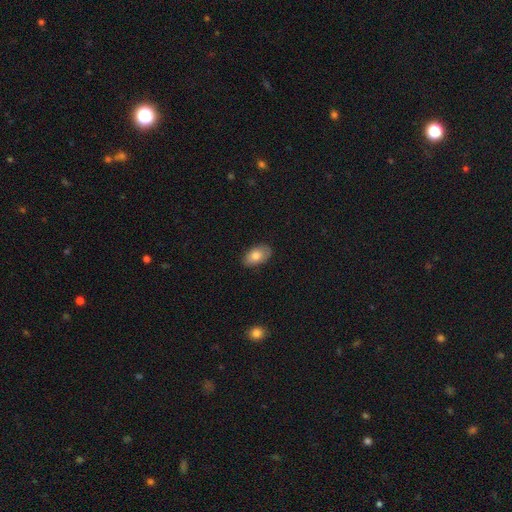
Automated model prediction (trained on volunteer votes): smooth-or-featured: smooth: 79% | featured or disk: 13% | star or artifact: 7%
  how-rounded: in between: 93% | round: 5% | cigar-shaped: 2%
  merging: none: 85% | minor disturbance: 12% | major disturbance: 2% | merger: 1%